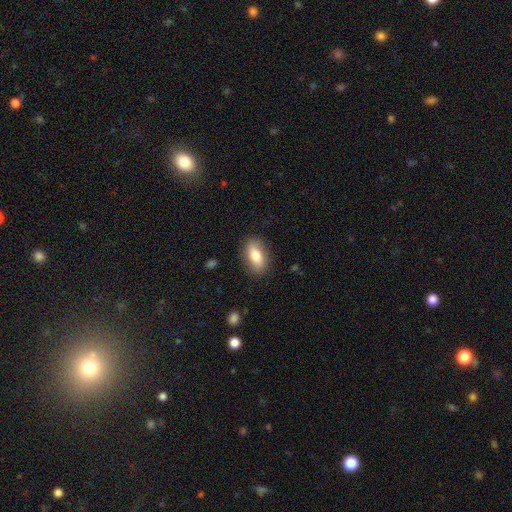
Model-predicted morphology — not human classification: smooth_or_featured: smooth (p=0.76) [alt: featured or disk p=0.17]
how_rounded: in between (p=0.86) [alt: cigar-shaped p=0.08]
merging: none (p=0.85) [alt: minor disturbance p=0.11]